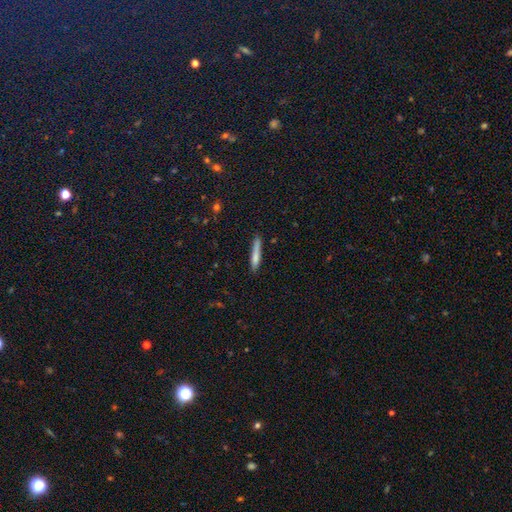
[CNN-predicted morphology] This appears to be a smooth galaxy with no disk features (75%) that is cigar-shaped (92%). Merging: none (77%).